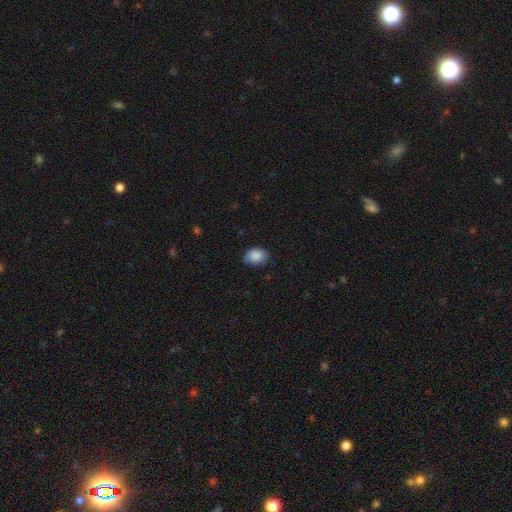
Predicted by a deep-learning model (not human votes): smooth-or-featured: smooth: 88% | star or artifact: 8% | featured or disk: 4%
  how-rounded: in between: 70% | round: 29% | cigar-shaped: 1%
  merging: none: 79% | minor disturbance: 17% | major disturbance: 3% | merger: 1%